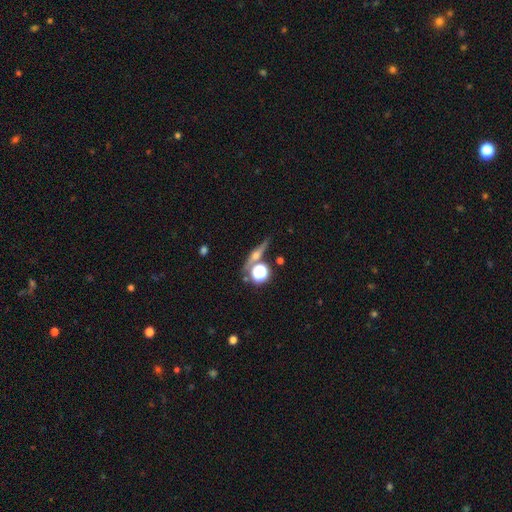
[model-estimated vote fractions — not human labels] Morphology: type=featured or disk (47%); merging=none (78%).